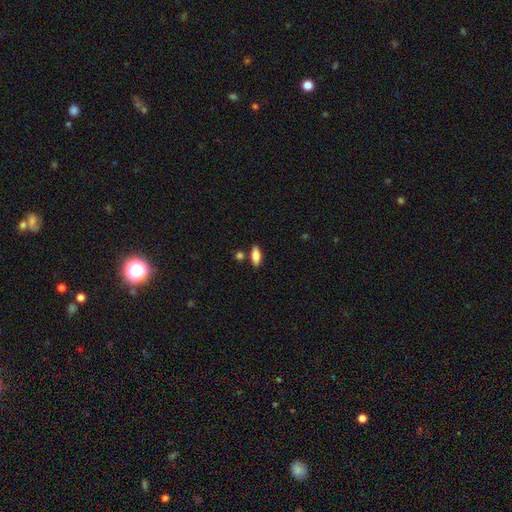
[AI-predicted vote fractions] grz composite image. It shows a smooth galaxy with no disk features (82%) that is in between round and cigar-shaped (78%). Merging: none (78%).